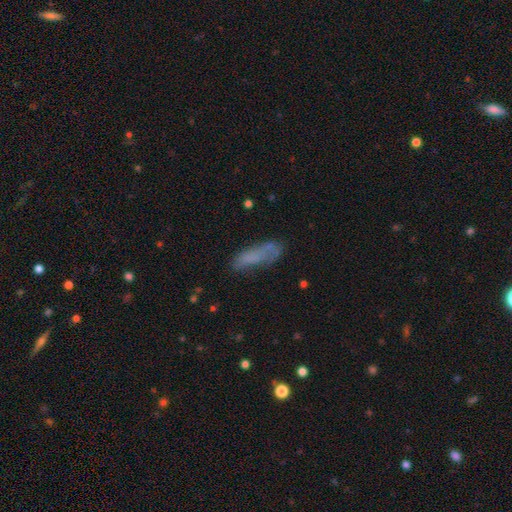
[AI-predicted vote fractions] Smooth or featured?
  - smooth: 64% *
  - featured or disk: 25%
  - star or artifact: 12%
How rounded?
  - cigar-shaped: 53% *
  - in between: 45%
  - round: 2%
Merging?
  - none: 56% *
  - minor disturbance: 25%
  - major disturbance: 15%
  - merger: 4%